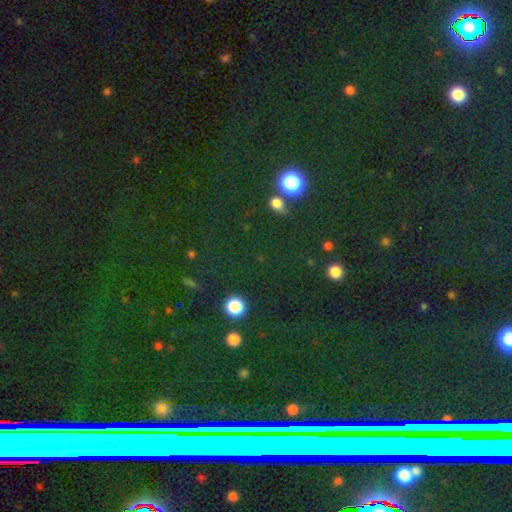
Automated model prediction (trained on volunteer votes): A star or artifact, not a galaxy (73%).